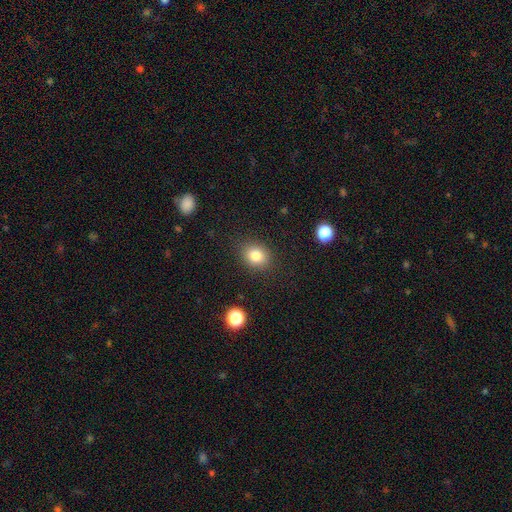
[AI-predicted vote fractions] This is clearly a smooth galaxy (81%). How rounded: possibly round (57%). Merging: clearly none (87%).